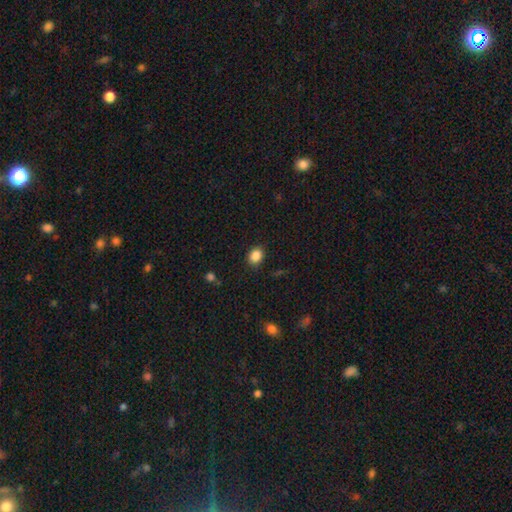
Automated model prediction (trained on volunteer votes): A smooth galaxy with no disk features (87%) that is in between round and cigar-shaped (51%).

Vote fractions:
- Smooth or featured? smooth: 87% / star or artifact: 10% / featured or disk: 4%
- How rounded? in between: 51% / round: 48% / cigar-shaped: 1%
- Merging? none: 86% / minor disturbance: 10% / major disturbance: 3% / merger: 1%